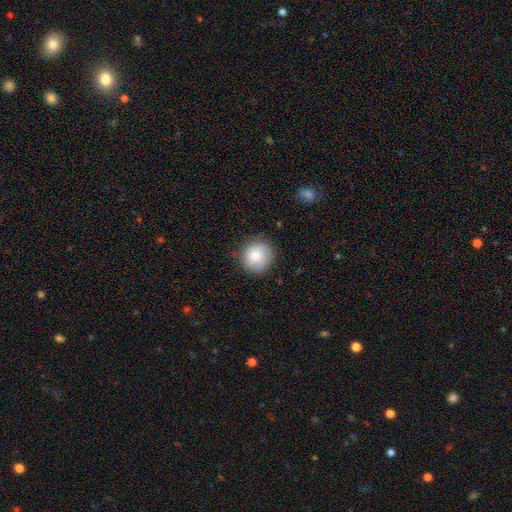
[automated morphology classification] Smooth or featured? smooth (80%)
How rounded? round (91%)
Merging? none (82%)